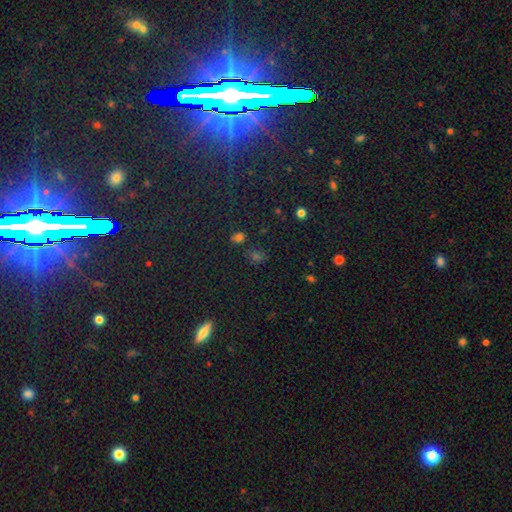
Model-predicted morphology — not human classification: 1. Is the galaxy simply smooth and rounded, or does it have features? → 46% star or artifact, 44% smooth, 11% featured or disk.